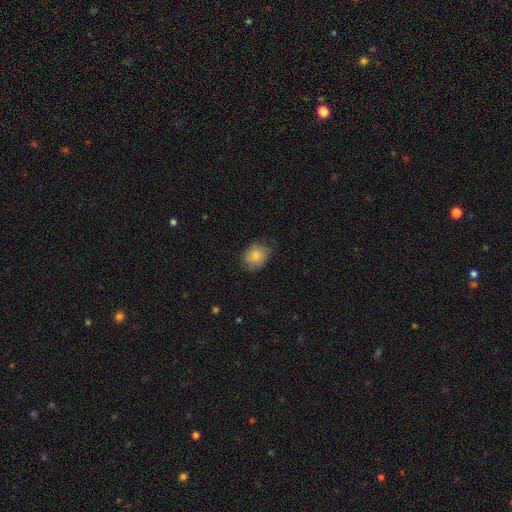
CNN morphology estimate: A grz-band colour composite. It shows a smooth galaxy with no disk features (78%) that is in between round and cigar-shaped (57%). Merging: none (70%).